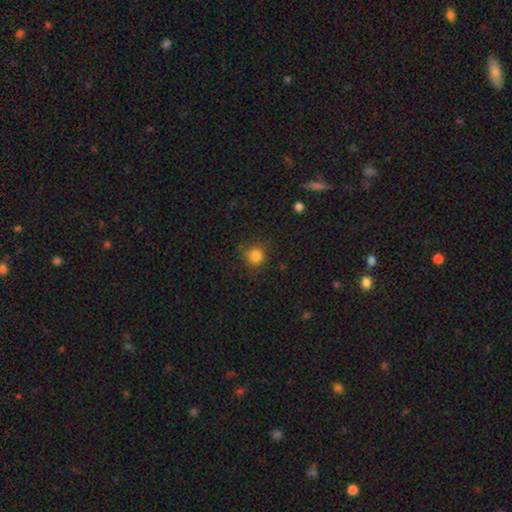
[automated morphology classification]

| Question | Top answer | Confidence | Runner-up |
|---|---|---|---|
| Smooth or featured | smooth | 82% | star or artifact (13%) |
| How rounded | round | 85% | in between (14%) |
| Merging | none | 74% | minor disturbance (17%) |